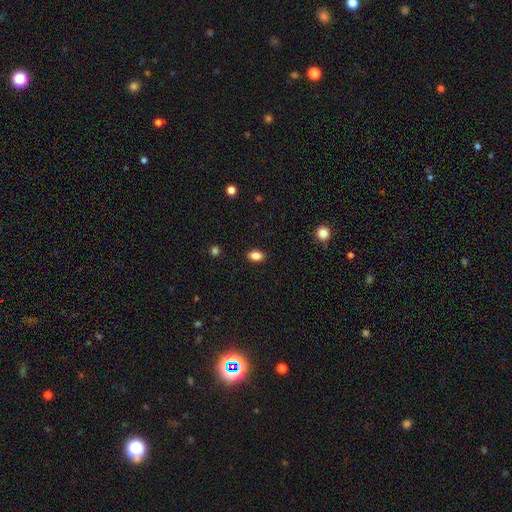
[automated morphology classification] Smooth or featured? smooth (85%)
How rounded? in between (85%)
Merging? none (88%)